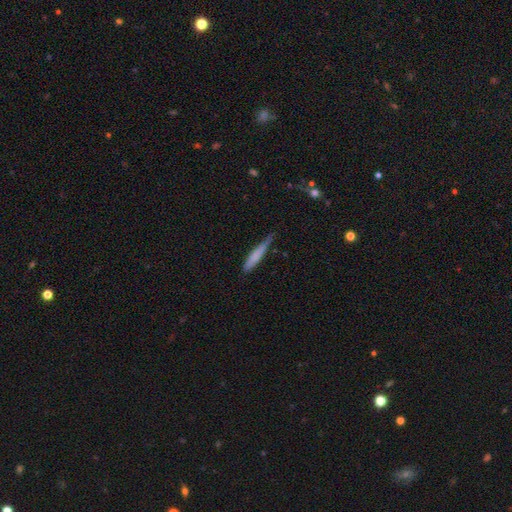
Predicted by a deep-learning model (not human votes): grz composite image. It shows a smooth galaxy with no disk features (71%) that is cigar-shaped (91%). Merging: none (58%).